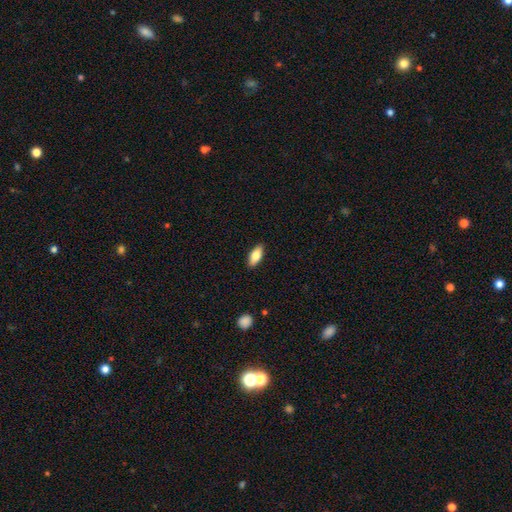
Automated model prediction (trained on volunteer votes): A smooth galaxy with no disk features (78%) that is in between round and cigar-shaped (85%).

Vote fractions:
- Smooth or featured? smooth: 78% / featured or disk: 16% / star or artifact: 6%
- How rounded? in between: 85% / cigar-shaped: 13% / round: 2%
- Merging? none: 89% / minor disturbance: 8% / major disturbance: 2% / merger: 1%